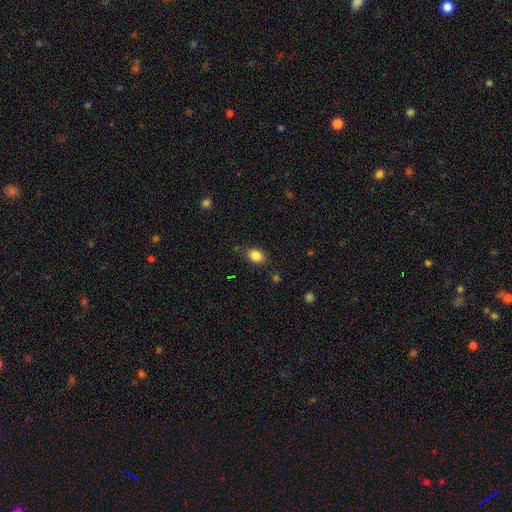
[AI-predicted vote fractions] Overall: smooth (85%). How rounded: in between (66%; round 33%). Merging: none (81%).